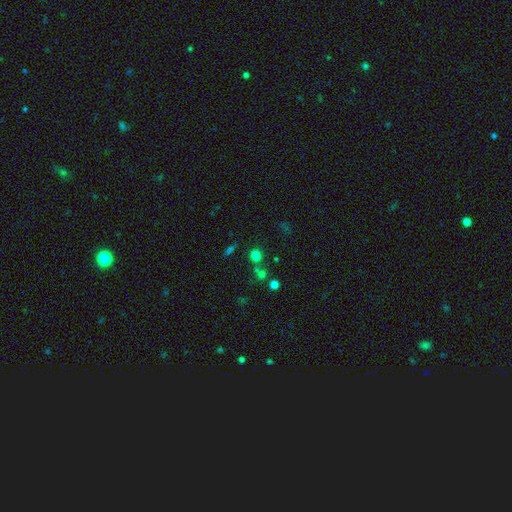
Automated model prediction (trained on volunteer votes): Smooth or featured? Predicted: smooth (p=0.68). How rounded? Predicted: round (p=0.86). Merging? Predicted: none (p=0.68).